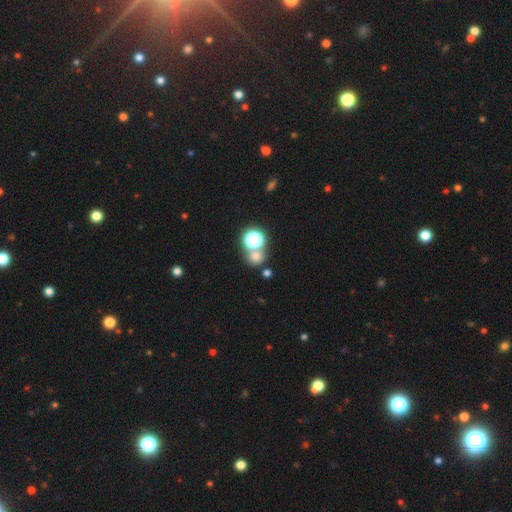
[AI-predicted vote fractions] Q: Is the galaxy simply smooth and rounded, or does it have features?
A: smooth — 62%.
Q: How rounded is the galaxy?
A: round — 84%.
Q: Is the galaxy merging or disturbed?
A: none — 59%.